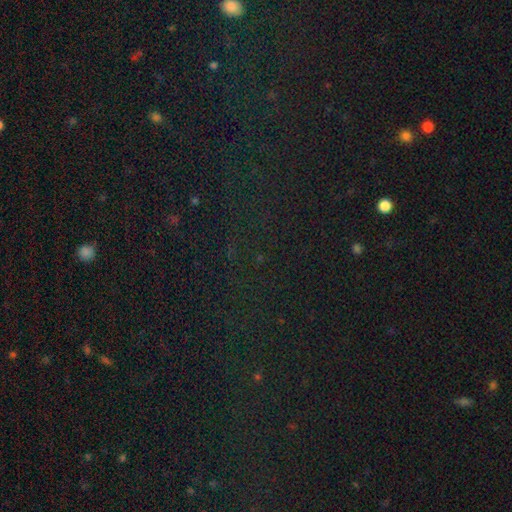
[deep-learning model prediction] A star or artifact, not a galaxy (78%).

Vote fractions:
- Smooth or featured? star or artifact: 78% / smooth: 14% / featured or disk: 8%